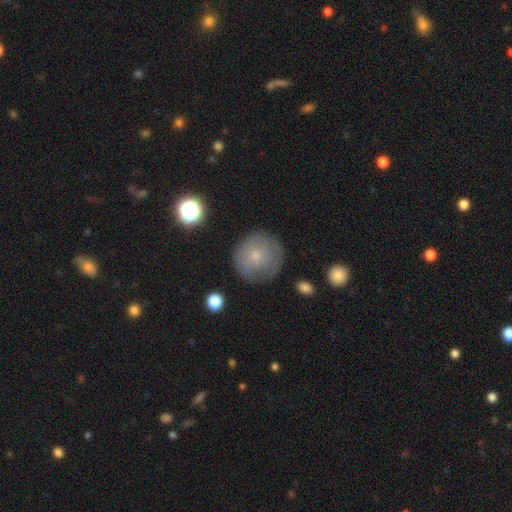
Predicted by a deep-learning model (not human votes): A smooth galaxy with no disk features (63%) that is round (92%).

Vote fractions:
- Smooth or featured? smooth: 63% / featured or disk: 28% / star or artifact: 9%
- How rounded? round: 92% / in between: 7% / cigar-shaped: 1%
- Merging? none: 72% / minor disturbance: 19% / major disturbance: 8% / merger: 2%